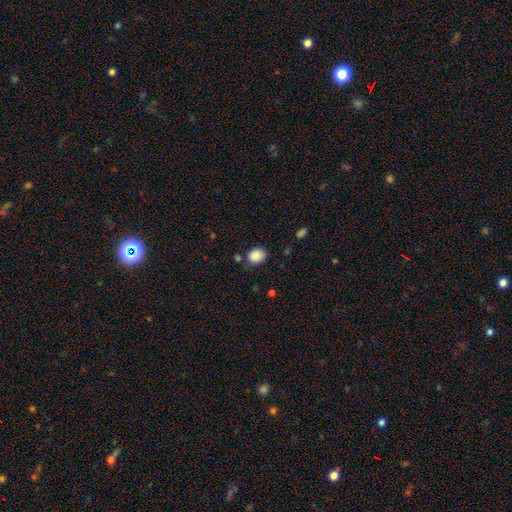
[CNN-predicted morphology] Q: Smooth or featured?
A: smooth (88%); runner-up: star or artifact (8%)
Q: How rounded?
A: round (53%); runner-up: in between (46%)
Q: Merging?
A: none (76%); runner-up: minor disturbance (15%)